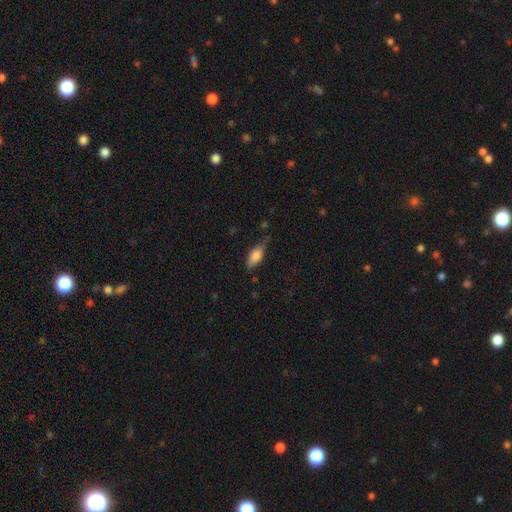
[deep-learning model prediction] This appears to be a smooth galaxy with no disk features (79%) that is in between round and cigar-shaped (82%). Merging: none (58%).